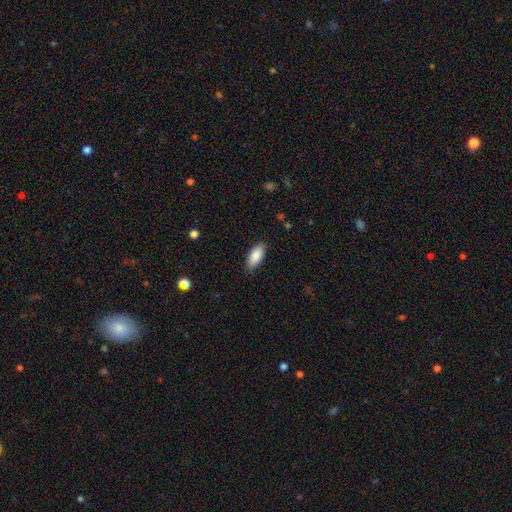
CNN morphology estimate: A smooth galaxy with no disk features (87%) that is in between round and cigar-shaped (86%).

Vote fractions:
- Smooth or featured? smooth: 87% / featured or disk: 7% / star or artifact: 6%
- How rounded? in between: 86% / cigar-shaped: 12% / round: 2%
- Merging? none: 82% / minor disturbance: 14% / major disturbance: 3% / merger: 1%